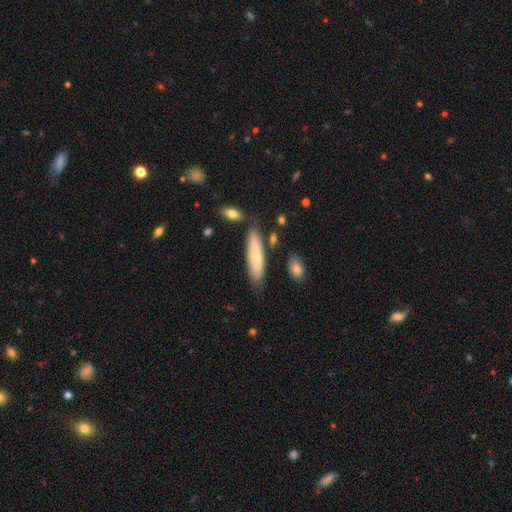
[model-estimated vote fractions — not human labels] This is likely a smooth galaxy (65%). How rounded: likely cigar-shaped (75%). Merging: likely none (77%).